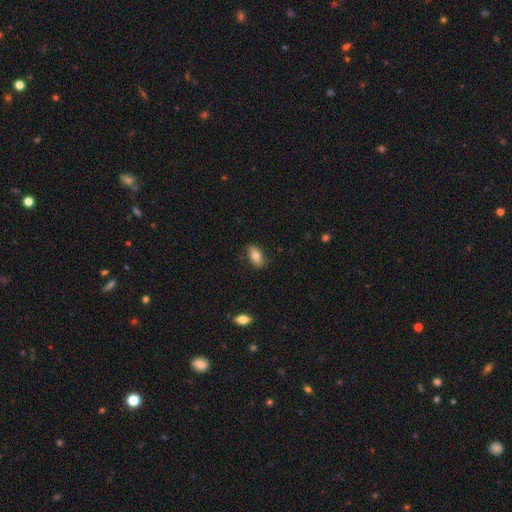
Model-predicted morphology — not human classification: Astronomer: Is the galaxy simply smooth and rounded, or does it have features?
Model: smooth — 78%.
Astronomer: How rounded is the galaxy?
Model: in between — 90%.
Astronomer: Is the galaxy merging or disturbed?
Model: none — 83%.